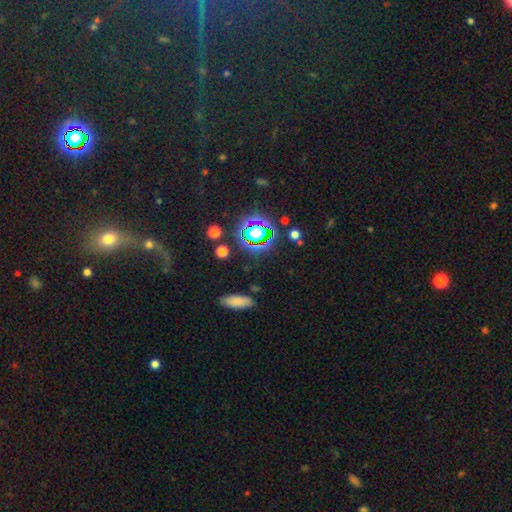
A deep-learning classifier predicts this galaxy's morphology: Q: Smooth or featured?
A: star or artifact (56%); runner-up: smooth (26%)